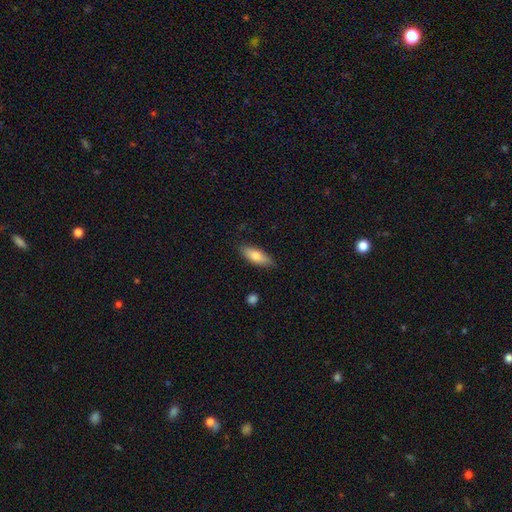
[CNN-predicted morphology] This appears to be a smooth galaxy with no disk features (76%) that is in between round and cigar-shaped (68%). Merging: none (82%).